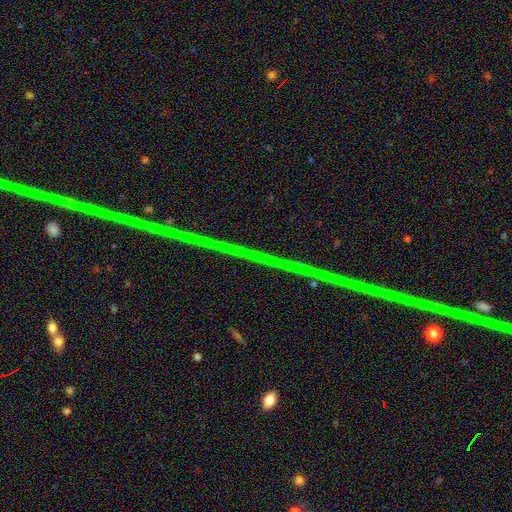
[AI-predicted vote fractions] smooth_or_featured: star or artifact (p=0.78) [alt: featured or disk p=0.15]